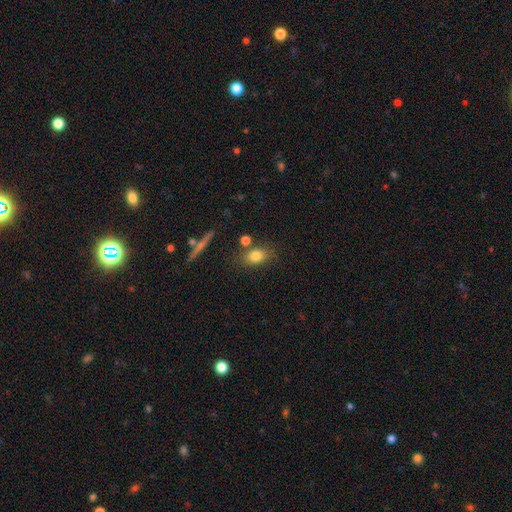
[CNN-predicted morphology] This is likely a smooth galaxy (79%). How rounded: likely in between (71%). Merging: likely none (71%).